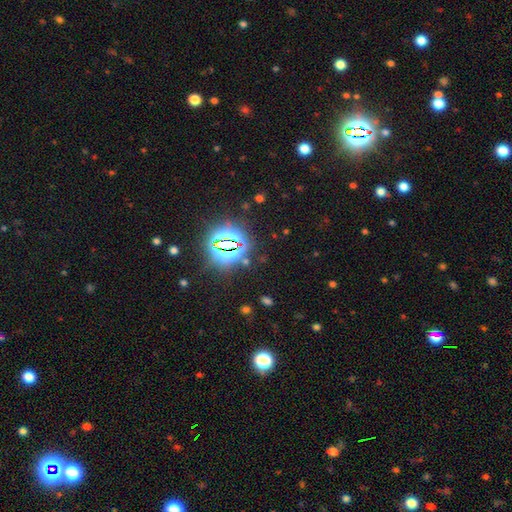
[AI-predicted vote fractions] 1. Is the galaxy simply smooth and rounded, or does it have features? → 84% star or artifact, 10% smooth, 6% featured or disk.